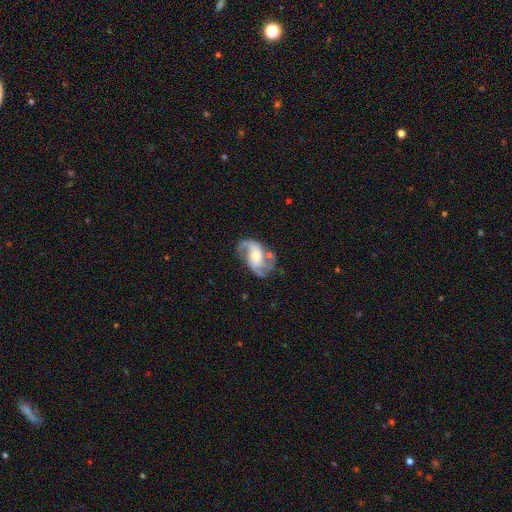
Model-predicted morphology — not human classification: smooth-or-featured: featured or disk: 83% | smooth: 11% | star or artifact: 6%
  disk-edge-on: no: 97% | yes: 3%
    bar: no: 56% | weak: 32% | strong: 12%
    has-spiral-arms: yes: 94% | no: 6%
      spiral-winding: medium: 47% | loose: 36% | tight: 17%
      spiral-arm-count: 2: 64% | 3: 18% | can't tell: 9% | 1: 4% | 4: 3% | more than 4: 2%
    bulge-size: moderate: 62% | small: 29% | large: 7% | none: 1% | dominant: 1%
  merging: none: 60% | minor disturbance: 21% | major disturbance: 13% | merger: 6%